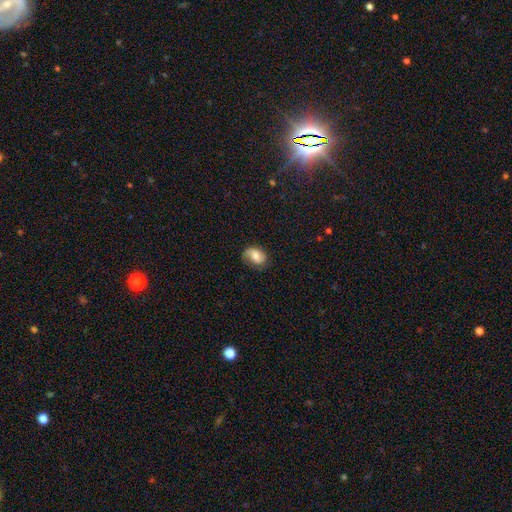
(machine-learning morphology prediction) smooth-or-featured: smooth: 48% | featured or disk: 44% | star or artifact: 9%
  merging: none: 64% | minor disturbance: 24% | major disturbance: 11% | merger: 1%